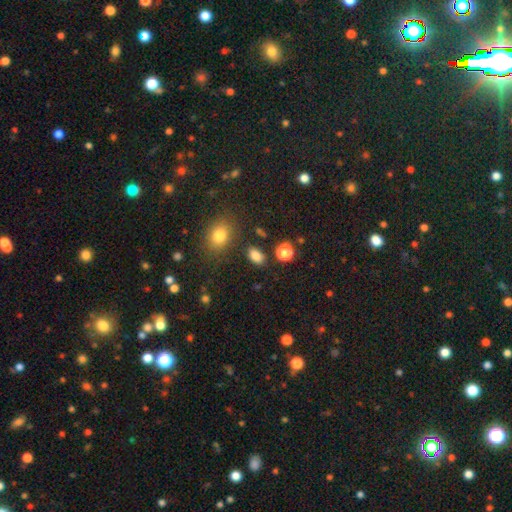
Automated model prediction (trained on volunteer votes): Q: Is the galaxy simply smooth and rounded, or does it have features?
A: smooth — 83%.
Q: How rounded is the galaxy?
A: in between — 84%.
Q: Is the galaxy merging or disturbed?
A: none — 84%.